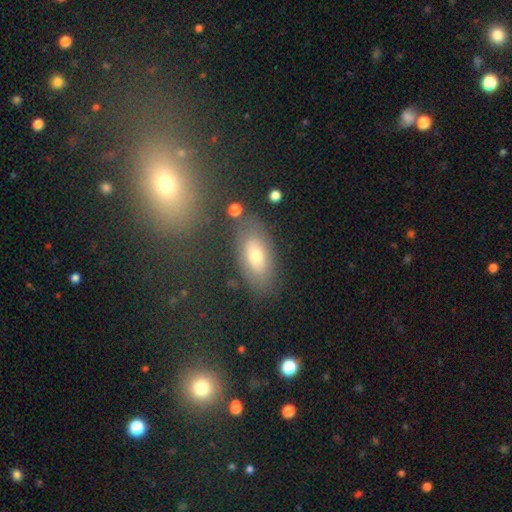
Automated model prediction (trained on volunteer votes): Smooth or featured?
  - smooth: 58% *
  - featured or disk: 30%
  - star or artifact: 13%
How rounded?
  - in between: 89% *
  - cigar-shaped: 6%
  - round: 5%
Merging?
  - none: 77% *
  - minor disturbance: 14%
  - major disturbance: 5%
  - merger: 4%